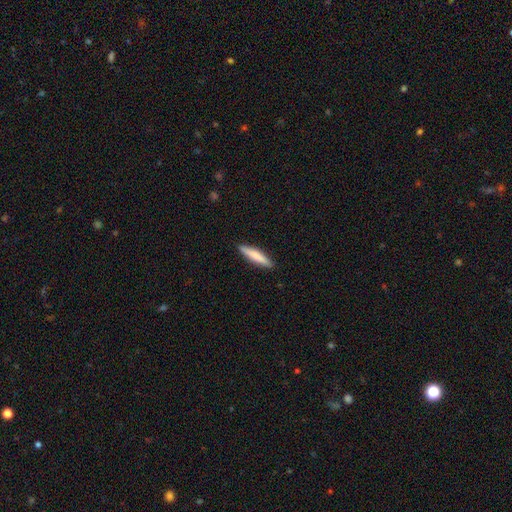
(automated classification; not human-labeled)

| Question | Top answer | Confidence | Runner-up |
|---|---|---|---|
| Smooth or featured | smooth | 73% | featured or disk (22%) |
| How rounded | cigar-shaped | 88% | in between (10%) |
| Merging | none | 91% | minor disturbance (7%) |